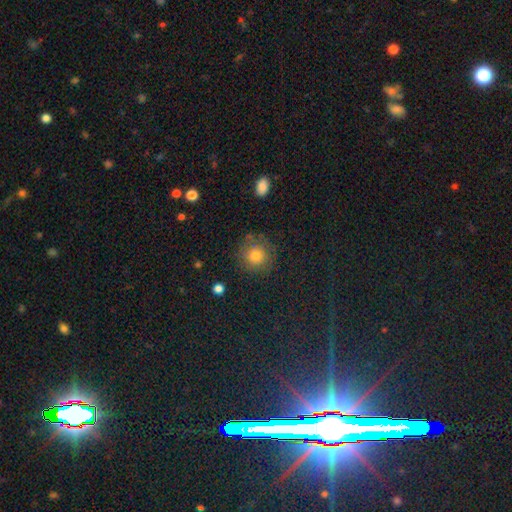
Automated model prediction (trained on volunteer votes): smooth 74%, star or artifact 15%, featured or disk 11%. Down the decision tree: how rounded — round (92%); merging — none (78%).